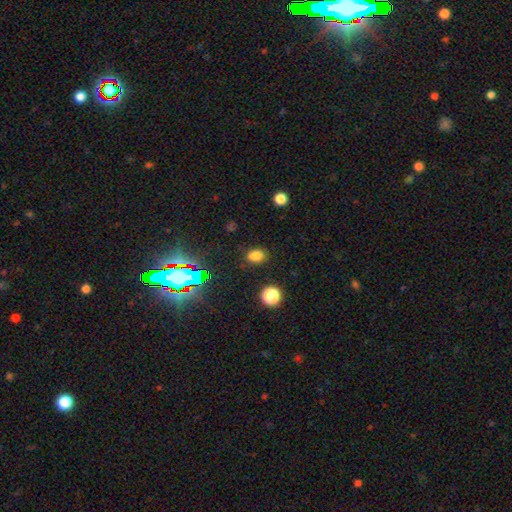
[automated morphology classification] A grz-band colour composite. It shows a smooth galaxy with no disk features (76%) that is in between round and cigar-shaped (68%). Merging: none (82%).